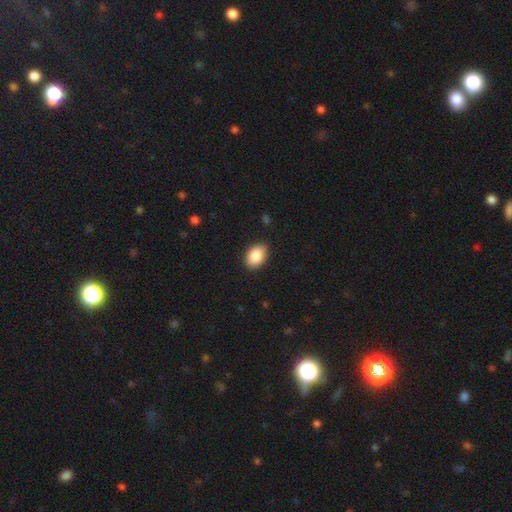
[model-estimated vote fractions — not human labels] Smooth or featured? Predicted: smooth (p=0.88). How rounded? Predicted: in between (p=0.85). Merging? Predicted: none (p=0.88).